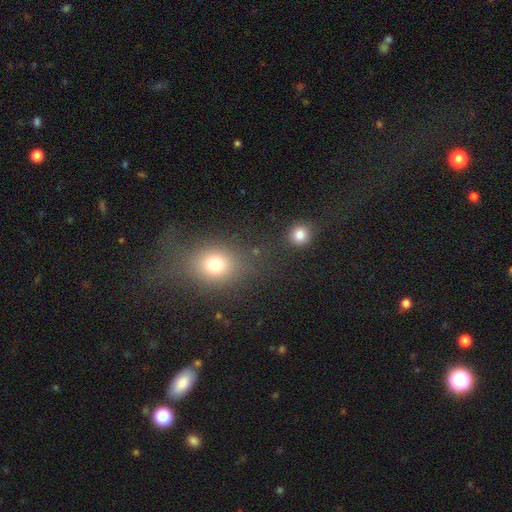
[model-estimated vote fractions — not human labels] Smooth or featured?
  - smooth: 64% *
  - star or artifact: 23%
  - featured or disk: 13%
How rounded?
  - round: 58% *
  - in between: 39%
  - cigar-shaped: 3%
Merging?
  - none: 57% *
  - major disturbance: 17%
  - minor disturbance: 17%
  - merger: 9%